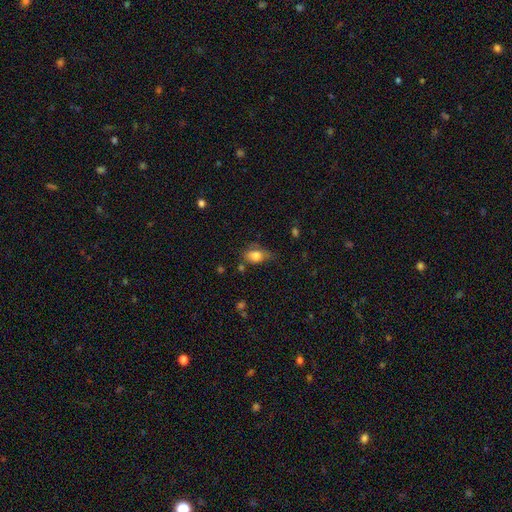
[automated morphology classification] Smooth or featured? smooth (79%)
How rounded? in between (78%)
Merging? none (50%)